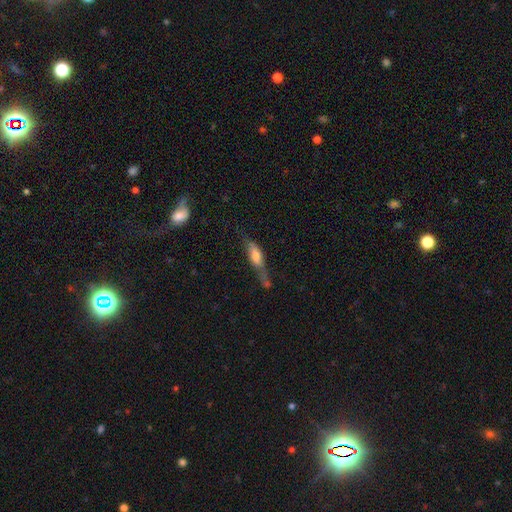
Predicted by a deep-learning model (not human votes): This is possibly a smooth galaxy (54%). How rounded: possibly cigar-shaped (54%). Merging: marginally none (39%).